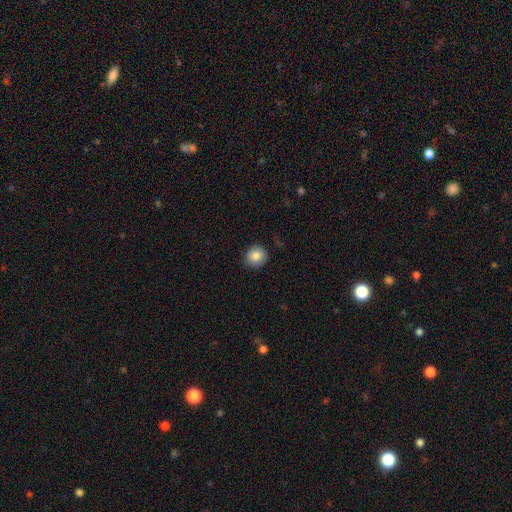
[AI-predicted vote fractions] Smooth or featured: smooth — 85% (star or artifact — 9%)
How rounded: round — 87% (in between — 12%)
Merging: none — 86% (minor disturbance — 11%)